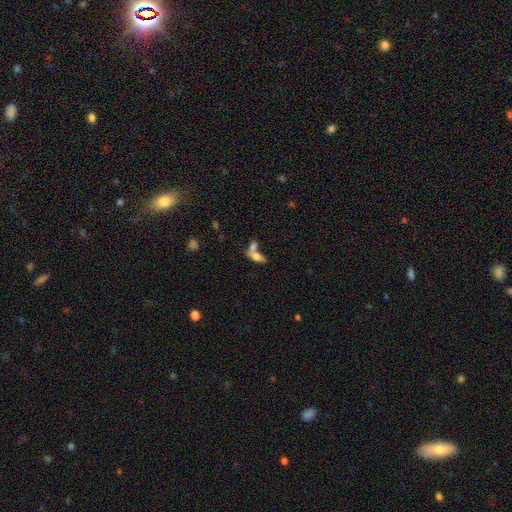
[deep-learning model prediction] smooth 61%, featured or disk 29%, star or artifact 10%. Down the decision tree: how rounded — in between (69%); merging — merger (53%).